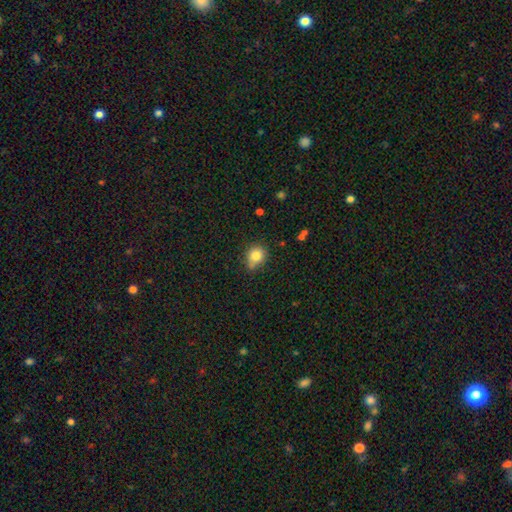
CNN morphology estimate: A smooth galaxy with no disk features (81%) that is round (76%). Merging: none (64%).